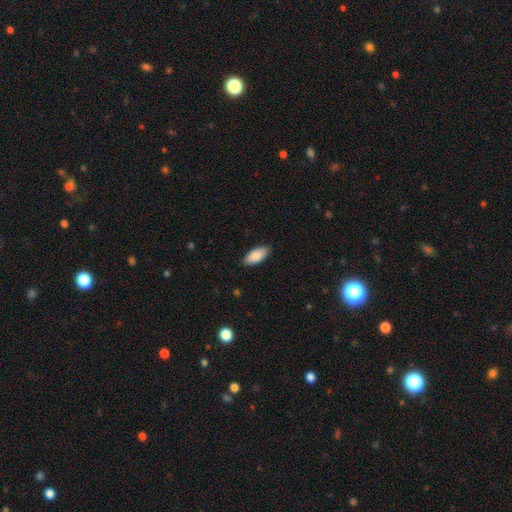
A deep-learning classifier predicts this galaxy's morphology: The model was most divided on "smooth or featured": smooth: 83%, featured or disk: 11%, star or artifact: 6%. More confident: how rounded — in between (90%); merging — none (88%).